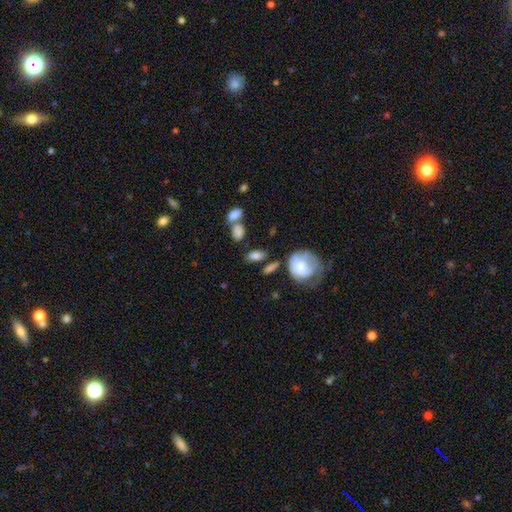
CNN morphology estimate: Smooth or featured? smooth (75%)
How rounded? in between (78%)
Merging? none (64%)